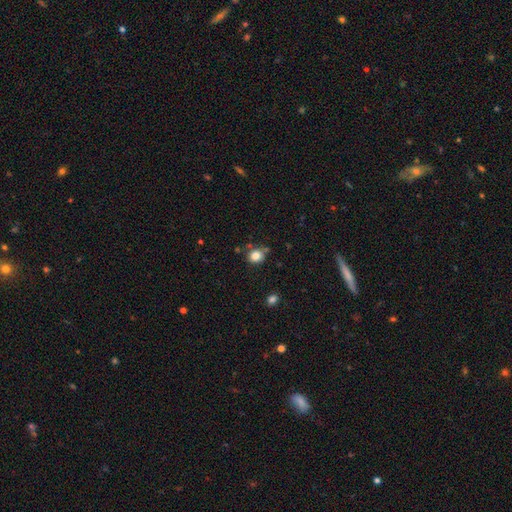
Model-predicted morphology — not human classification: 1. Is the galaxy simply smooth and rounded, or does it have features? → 83% smooth, 11% star or artifact, 5% featured or disk.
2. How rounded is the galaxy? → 81% round, 18% in between, 1% cigar-shaped.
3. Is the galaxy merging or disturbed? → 75% none, 14% minor disturbance, 8% merger, 4% major disturbance.